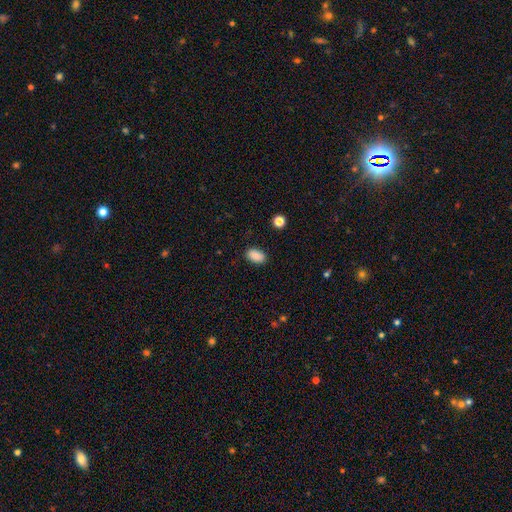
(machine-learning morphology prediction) This is clearly a smooth galaxy (89%). How rounded: clearly in between (91%). Merging: clearly none (88%).